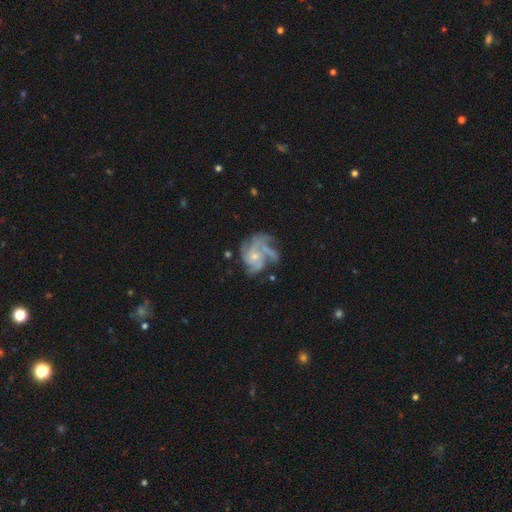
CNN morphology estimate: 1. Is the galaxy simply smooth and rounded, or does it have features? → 85% featured or disk, 8% smooth, 7% star or artifact.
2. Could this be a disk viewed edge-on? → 98% no, 2% yes.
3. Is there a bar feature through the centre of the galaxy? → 76% no, 20% weak, 4% strong.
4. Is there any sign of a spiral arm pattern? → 96% yes, 4% no.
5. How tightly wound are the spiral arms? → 44% medium, 42% tight, 14% loose.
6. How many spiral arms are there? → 35% 3, 34% 4, 12% can't tell, 7% 2, 7% more than 4, 5% 1.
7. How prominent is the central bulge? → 66% small, 29% moderate, 3% none, 1% large, 1% dominant.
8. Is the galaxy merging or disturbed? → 49% none, 22% major disturbance, 21% minor disturbance, 8% merger.